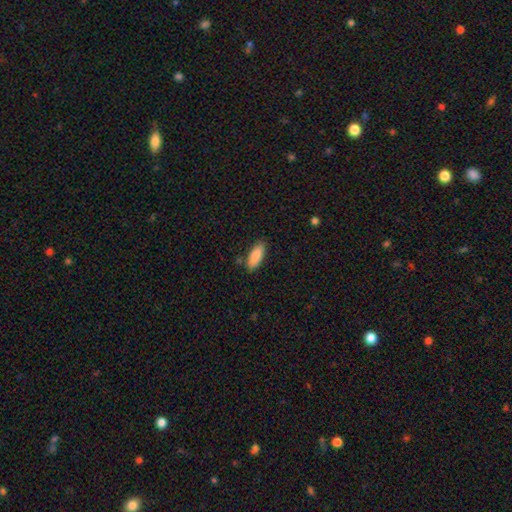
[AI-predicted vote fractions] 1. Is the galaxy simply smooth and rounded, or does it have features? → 86% smooth, 8% featured or disk, 6% star or artifact.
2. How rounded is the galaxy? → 77% in between, 21% cigar-shaped, 2% round.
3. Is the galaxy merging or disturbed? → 82% none, 13% minor disturbance, 3% merger, 2% major disturbance.